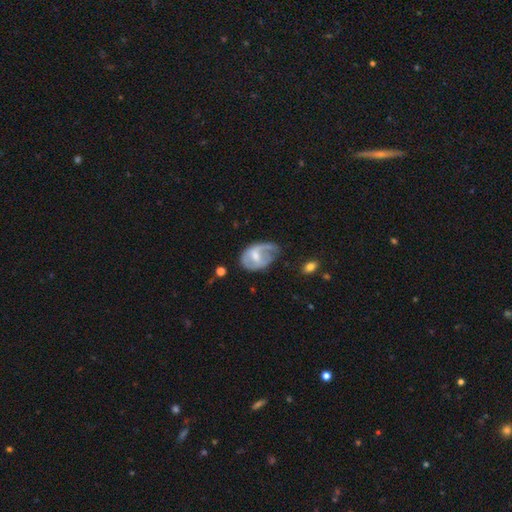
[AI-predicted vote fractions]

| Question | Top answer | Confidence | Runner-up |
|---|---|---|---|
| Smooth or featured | featured or disk | 62% | smooth (32%) |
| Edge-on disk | no | 96% | yes (4%) |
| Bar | weak | 50% | no (35%) |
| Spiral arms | yes | 67% | no (33%) |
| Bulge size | moderate | 49% | small (38%) |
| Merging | none | 35% | minor disturbance (34%) |